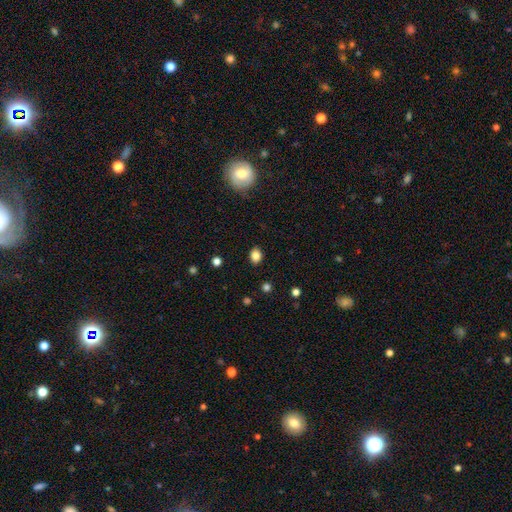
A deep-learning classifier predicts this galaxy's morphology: Smooth or featured: smooth — 84% (star or artifact — 11%)
How rounded: in between — 62% (round — 37%)
Merging: none — 88% (minor disturbance — 9%)